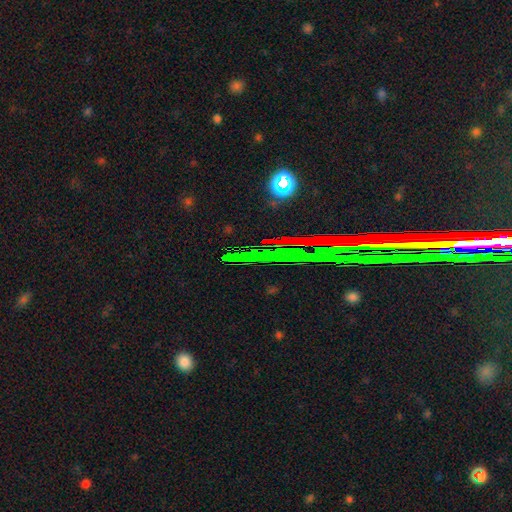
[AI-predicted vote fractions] Smooth or featured? Predicted: star or artifact (p=0.76).